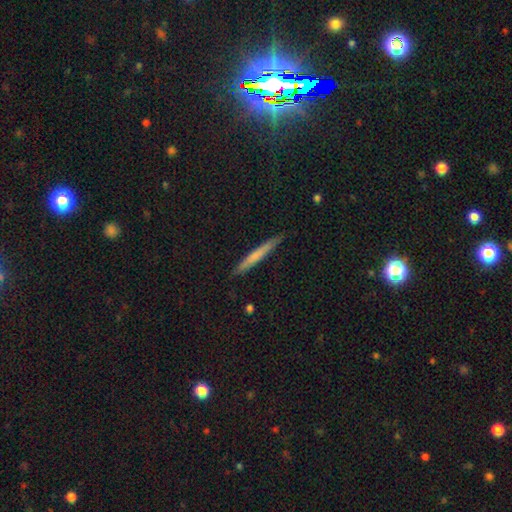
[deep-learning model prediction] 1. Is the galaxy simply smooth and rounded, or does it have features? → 64% smooth, 30% featured or disk, 6% star or artifact.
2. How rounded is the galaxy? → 96% cigar-shaped, 3% in between, 1% round.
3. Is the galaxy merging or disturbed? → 88% none, 10% minor disturbance, 2% major disturbance, 1% merger.